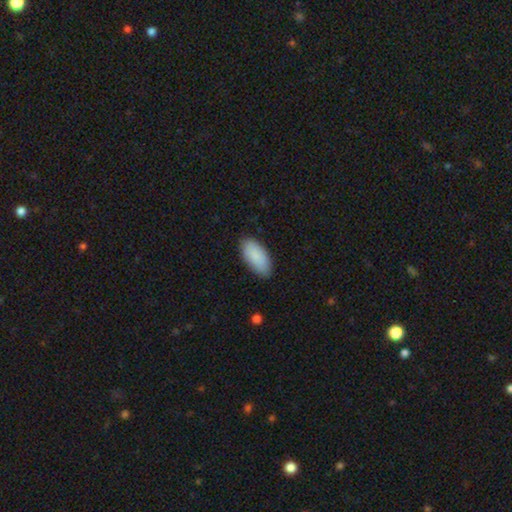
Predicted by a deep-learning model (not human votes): Smooth or featured? Predicted: smooth (p=0.89). How rounded? Predicted: in between (p=0.92). Merging? Predicted: none (p=0.85).